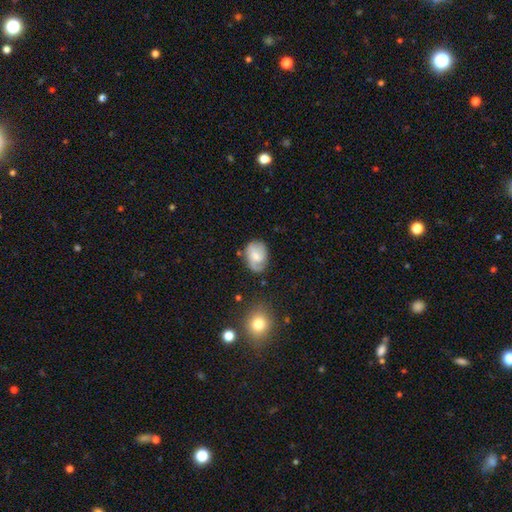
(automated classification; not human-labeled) smooth_or_featured: featured or disk (p=0.47) [alt: smooth p=0.45]
merging: none (p=0.63) [alt: minor disturbance p=0.26]